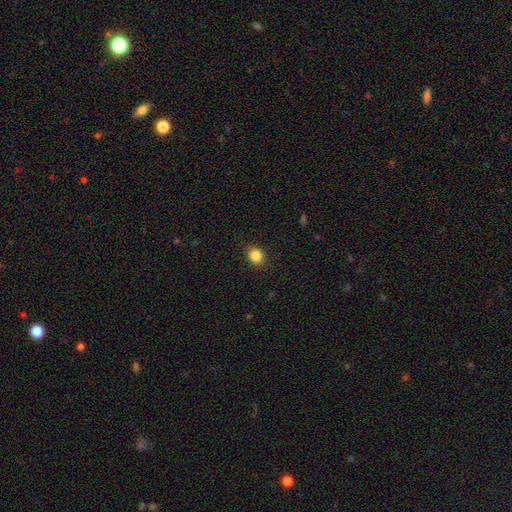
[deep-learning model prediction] smooth-or-featured: smooth: 85% | star or artifact: 11% | featured or disk: 4%
  how-rounded: round: 68% | in between: 32% | cigar-shaped: 1%
  merging: none: 90% | minor disturbance: 7% | major disturbance: 2% | merger: 1%